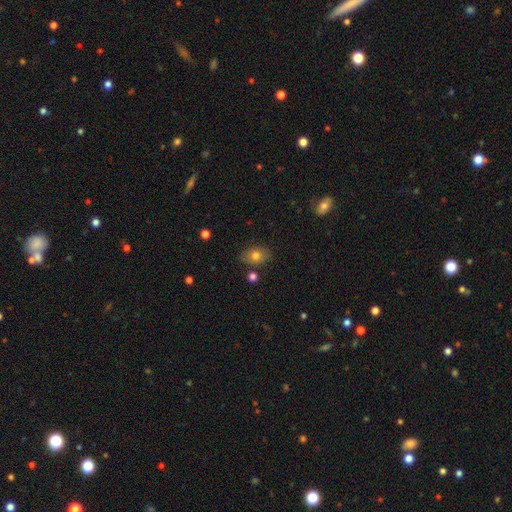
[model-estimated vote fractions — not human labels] A smooth galaxy with no disk features (76%) that is in between round and cigar-shaped (73%). Merging: none (78%).